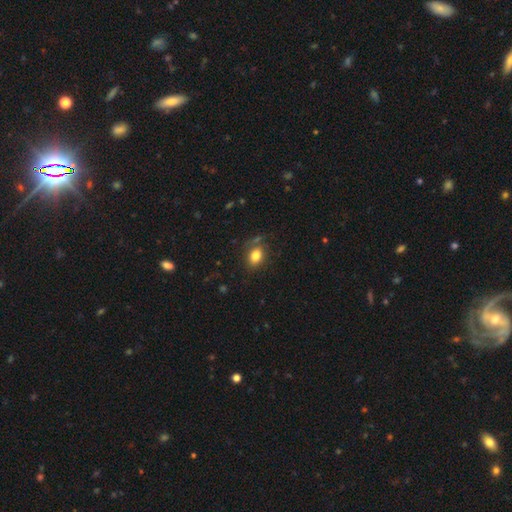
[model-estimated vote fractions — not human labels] Smooth or featured: smooth — 81% (star or artifact — 10%)
How rounded: in between — 71% (round — 28%)
Merging: none — 74% (minor disturbance — 16%)